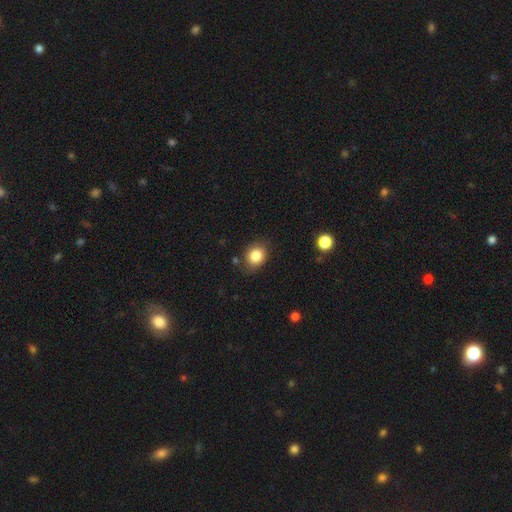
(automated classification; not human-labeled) A smooth galaxy with no disk features (84%) that is round (60%).

Vote fractions:
- Smooth or featured? smooth: 84% / star or artifact: 10% / featured or disk: 7%
- How rounded? round: 60% / in between: 39% / cigar-shaped: 1%
- Merging? none: 79% / minor disturbance: 15% / major disturbance: 4% / merger: 2%